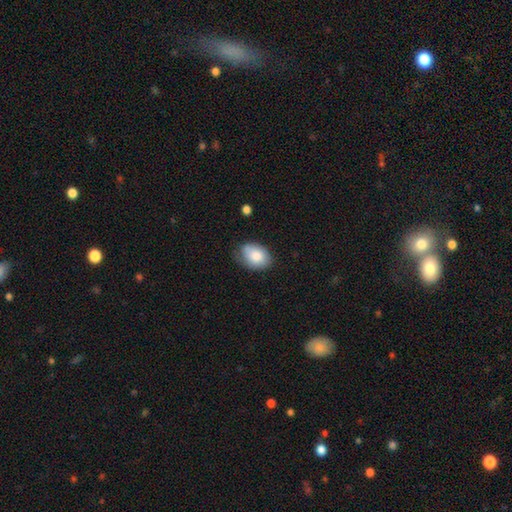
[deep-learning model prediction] Q: Smooth or featured?
A: smooth (83%); runner-up: featured or disk (11%)
Q: How rounded?
A: in between (80%); runner-up: round (19%)
Q: Merging?
A: none (70%); runner-up: minor disturbance (24%)